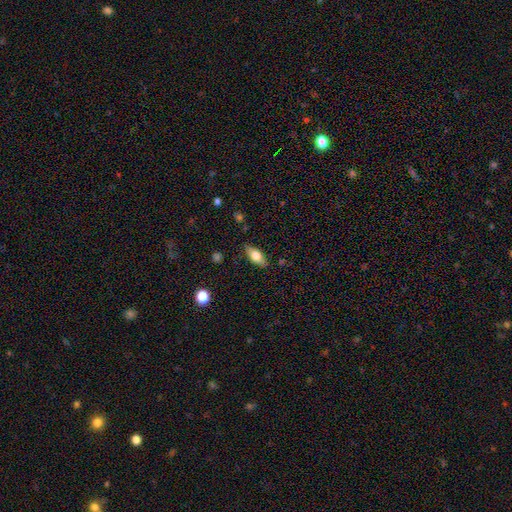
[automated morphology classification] Smooth or featured? Predicted: smooth (p=0.65). How rounded? Predicted: in between (p=0.77). Merging? Predicted: none (p=0.83).